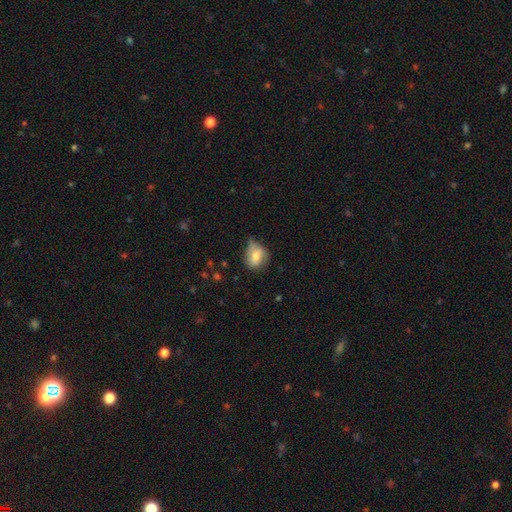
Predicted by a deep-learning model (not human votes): This is likely a smooth galaxy (70%). How rounded: possibly round (50%). Merging: marginally none (45%).